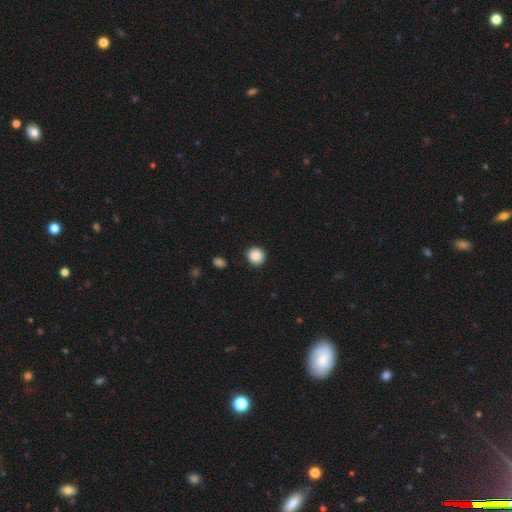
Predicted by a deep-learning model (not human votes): Overall: smooth (88%). How rounded: round (92%). Merging: none (91%).